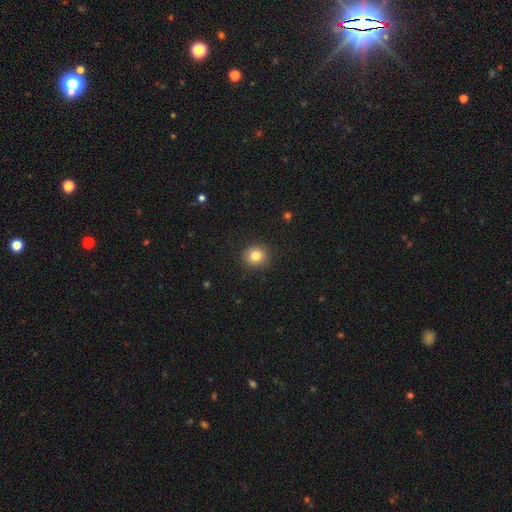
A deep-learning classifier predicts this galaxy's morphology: smooth-or-featured: smooth: 82% | star or artifact: 11% | featured or disk: 7%
  how-rounded: round: 88% | in between: 11% | cigar-shaped: 1%
  merging: none: 90% | minor disturbance: 7% | major disturbance: 2% | merger: 1%